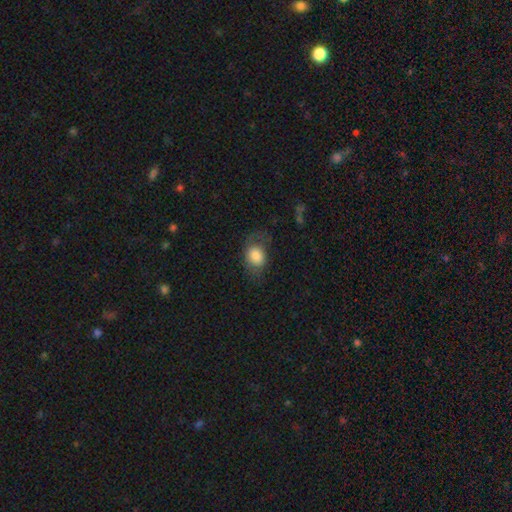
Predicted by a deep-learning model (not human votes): Smooth or featured? smooth (79%)
How rounded? in between (62%)
Merging? none (51%)